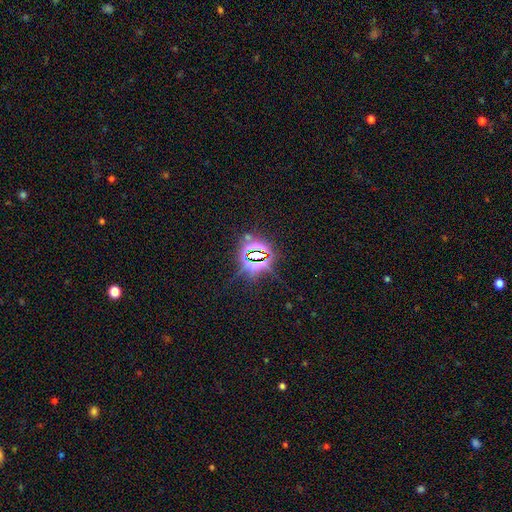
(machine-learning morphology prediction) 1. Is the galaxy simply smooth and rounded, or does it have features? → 81% star or artifact, 11% smooth, 8% featured or disk.